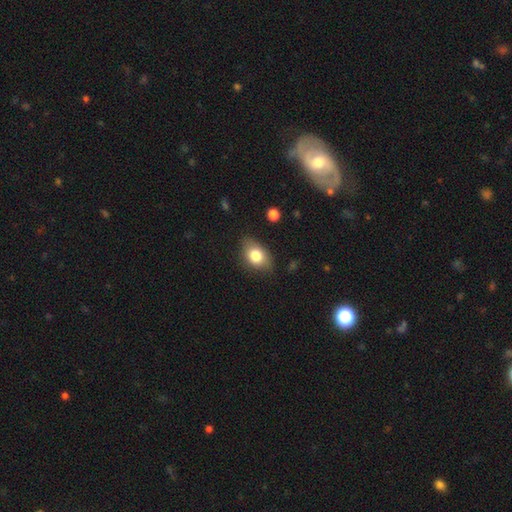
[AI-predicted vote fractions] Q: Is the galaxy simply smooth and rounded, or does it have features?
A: smooth — 79%.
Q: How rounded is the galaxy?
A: in between — 80%.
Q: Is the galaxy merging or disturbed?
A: none — 75%.